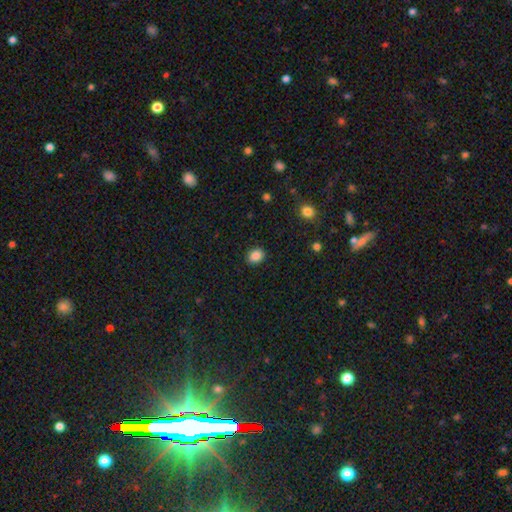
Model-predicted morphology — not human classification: Smooth or featured?
  - smooth: 87% *
  - star or artifact: 10%
  - featured or disk: 4%
How rounded?
  - in between: 50% *
  - round: 49%
  - cigar-shaped: 1%
Merging?
  - none: 90% *
  - minor disturbance: 7%
  - major disturbance: 2%
  - merger: 1%